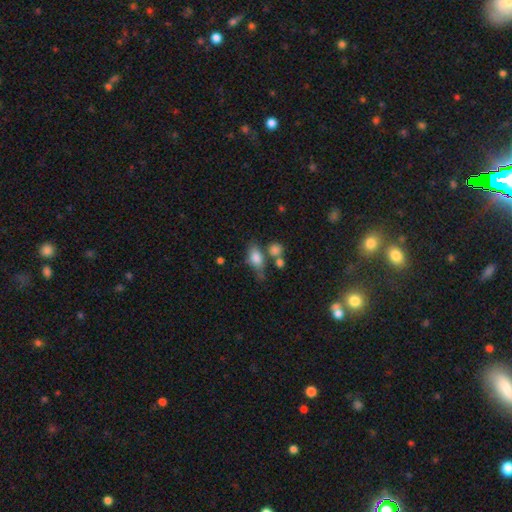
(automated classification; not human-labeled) A smooth galaxy with no disk features (65%) that is in between round and cigar-shaped (77%). Merging: none (52%).